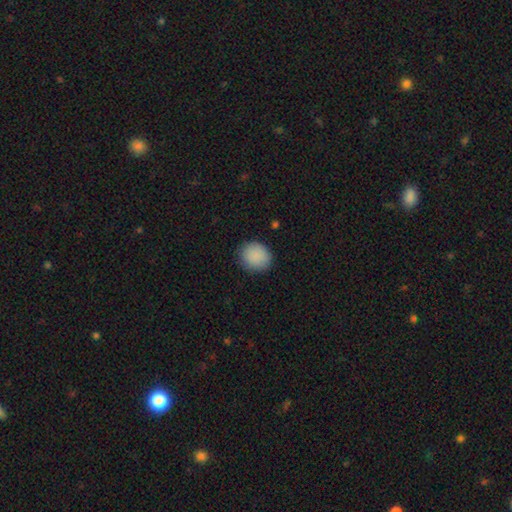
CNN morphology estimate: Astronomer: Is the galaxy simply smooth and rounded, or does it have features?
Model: smooth — 89%.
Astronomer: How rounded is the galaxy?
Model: round — 79%.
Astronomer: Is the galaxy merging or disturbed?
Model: none — 86%.